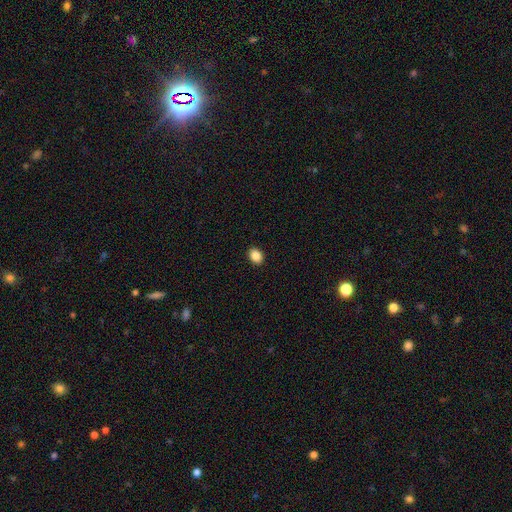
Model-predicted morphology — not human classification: This appears to be a smooth galaxy with no disk features (88%) that is in between round and cigar-shaped (65%). Merging: none (91%).